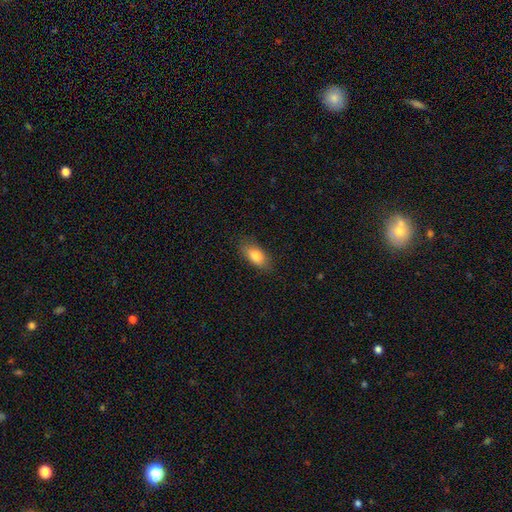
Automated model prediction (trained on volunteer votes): Overall: smooth (80%). How rounded: in between (84%). Merging: none (82%).